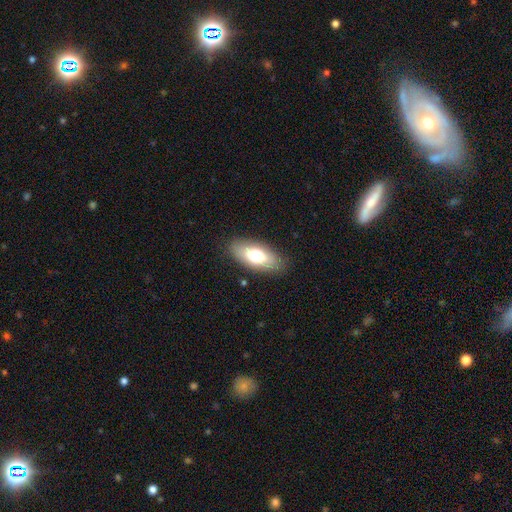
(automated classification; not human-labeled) Smooth or featured?
  - smooth: 70% *
  - featured or disk: 22%
  - star or artifact: 7%
How rounded?
  - in between: 84% *
  - cigar-shaped: 12%
  - round: 3%
Merging?
  - none: 85% *
  - minor disturbance: 11%
  - major disturbance: 3%
  - merger: 1%